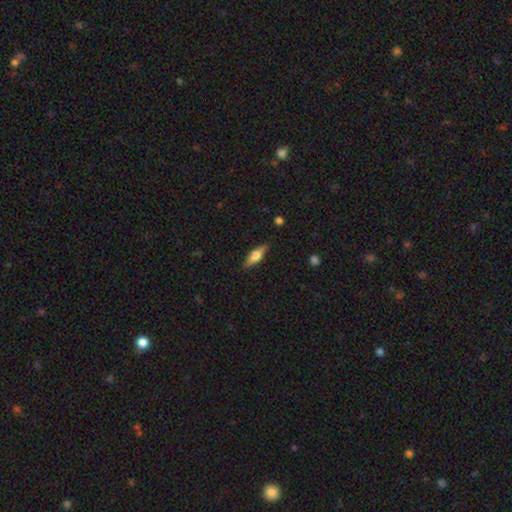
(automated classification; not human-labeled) smooth 47% (tied), featured or disk 47% (tied), star or artifact 7%. Down the decision tree: merging — none (86%).